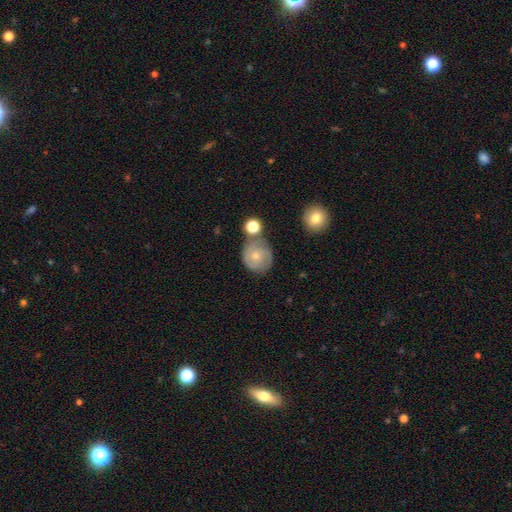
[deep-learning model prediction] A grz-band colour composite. It shows a smooth galaxy with no disk features (50%). Merging: none (58%).